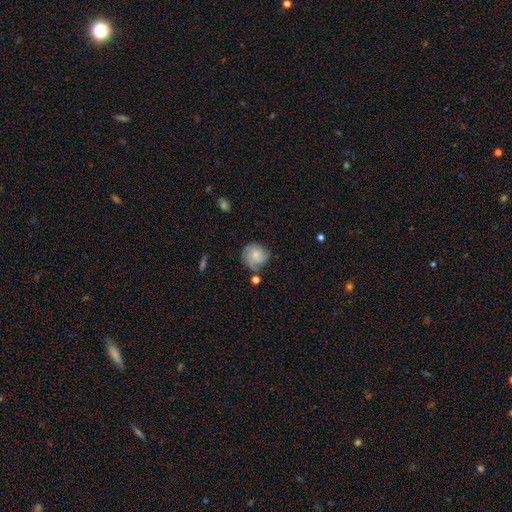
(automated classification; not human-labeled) smooth-or-featured: smooth: 52% | featured or disk: 40% | star or artifact: 8%
  how-rounded: round: 80% | in between: 19% | cigar-shaped: 1%
  merging: none: 56% | minor disturbance: 26% | major disturbance: 11% | merger: 6%